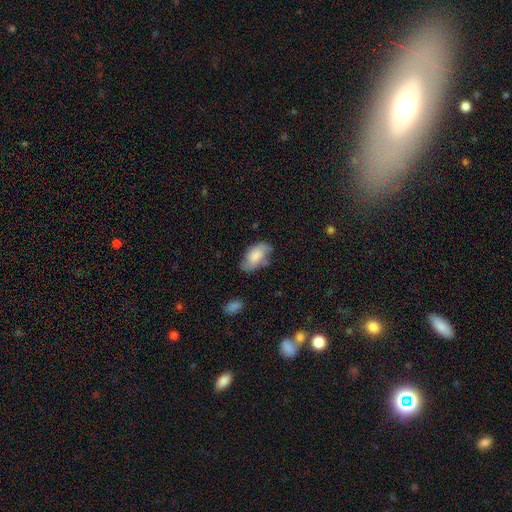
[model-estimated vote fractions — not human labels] Overall: smooth (64%; featured or disk 28%). How rounded: in between (93%). Merging: none (57%; minor disturbance 29%).